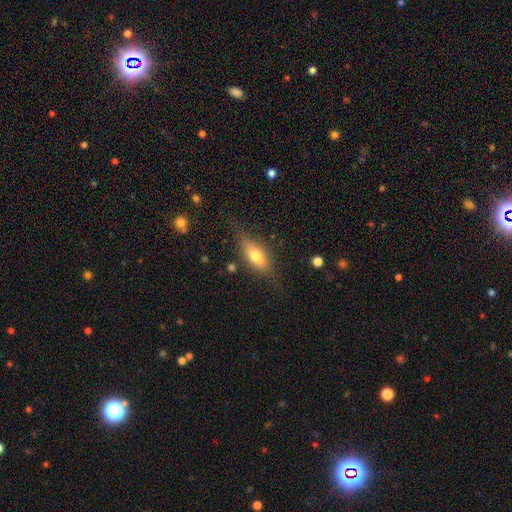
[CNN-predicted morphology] Smooth or featured: smooth — 62% (featured or disk — 30%)
How rounded: in between — 72% (cigar-shaped — 23%)
Merging: none — 70% (minor disturbance — 20%)